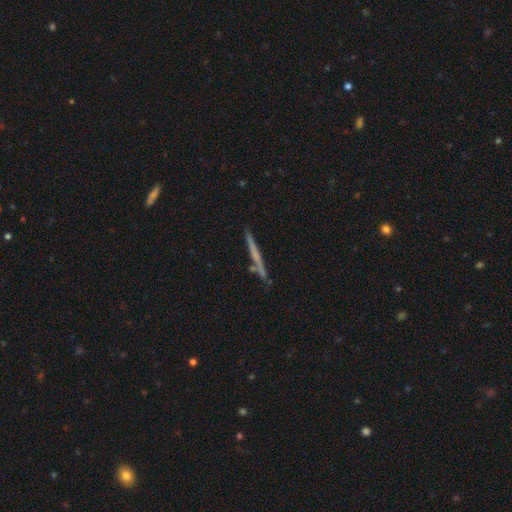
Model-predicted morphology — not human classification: Smooth or featured? Predicted: featured or disk (p=0.51). Edge-on disk? Predicted: yes (p=0.96). Merging? Predicted: none (p=0.82).